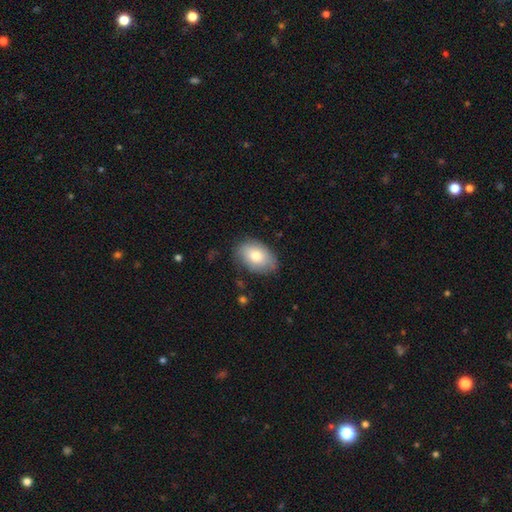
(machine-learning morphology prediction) A smooth galaxy with no disk features (77%) that is in between round and cigar-shaped (88%).

Vote fractions:
- Smooth or featured? smooth: 77% / featured or disk: 16% / star or artifact: 7%
- How rounded? in between: 88% / round: 11% / cigar-shaped: 1%
- Merging? none: 77% / minor disturbance: 18% / major disturbance: 4% / merger: 1%